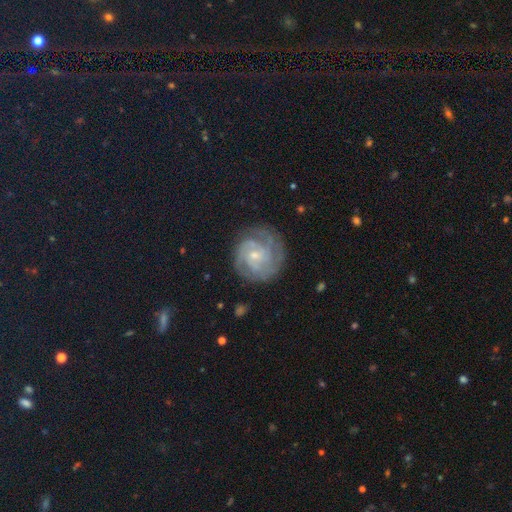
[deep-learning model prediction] A featured or disk galaxy (81%) with no bar (62%), tight (63%) spiral arms (94%) and a small central bulge (68%).

Vote fractions:
- Smooth or featured? featured or disk: 81% / smooth: 13% / star or artifact: 6%
- Edge-on disk? no: 98% / yes: 2%
- Bar? no: 62% / weak: 33% / strong: 5%
- Spiral arms? yes: 94% / no: 6%
- Spiral winding? tight: 63% / medium: 30% / loose: 7%
- Spiral arm count? can't tell: 31% / 3: 27% / 2: 17% / 4: 13% / 1: 6% / more than 4: 6%
- Bulge size? small: 68% / moderate: 27% / none: 3% / large: 1% / dominant: 1%
- Merging? none: 75% / minor disturbance: 16% / major disturbance: 7% / merger: 1%